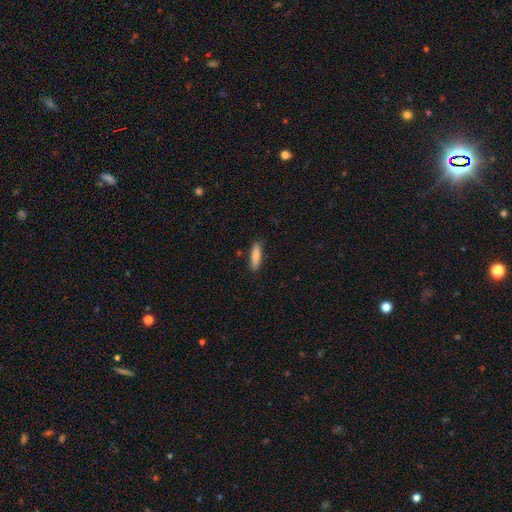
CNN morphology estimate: This appears to be a smooth galaxy with no disk features (86%) that is cigar-shaped (70%). Merging: none (86%).